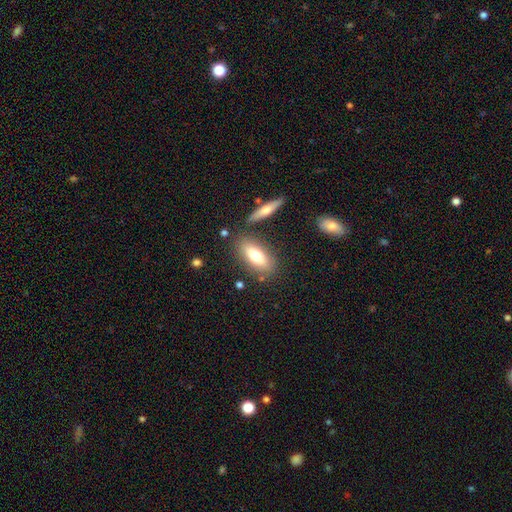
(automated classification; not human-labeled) A smooth galaxy with no disk features (69%) that is in between round and cigar-shaped (75%). Merging: none (77%).